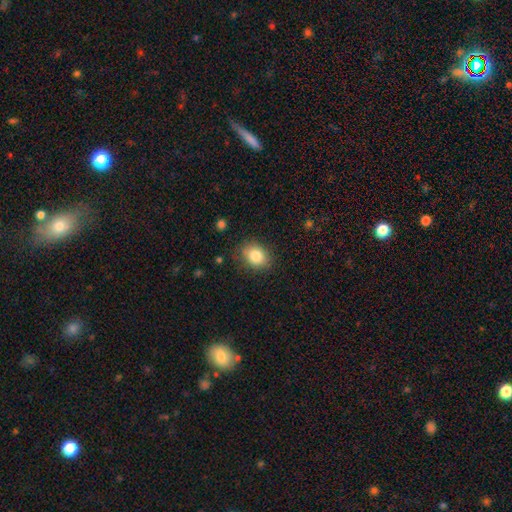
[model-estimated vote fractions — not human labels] Morphology: type=smooth (84%); roundness=in between (66%); merging=none (82%).